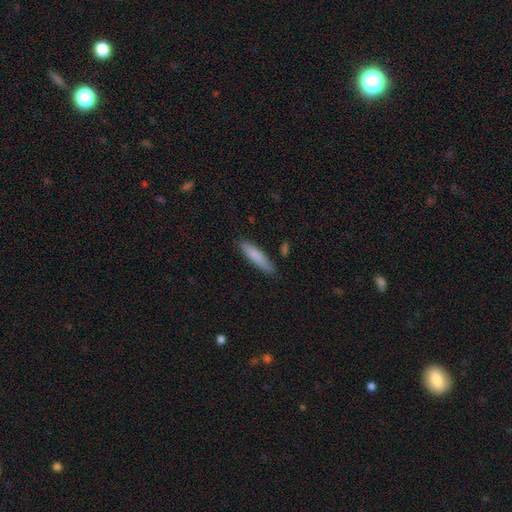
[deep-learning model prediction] This appears to be a smooth galaxy with no disk features (82%) that is cigar-shaped (80%). Merging: none (84%).